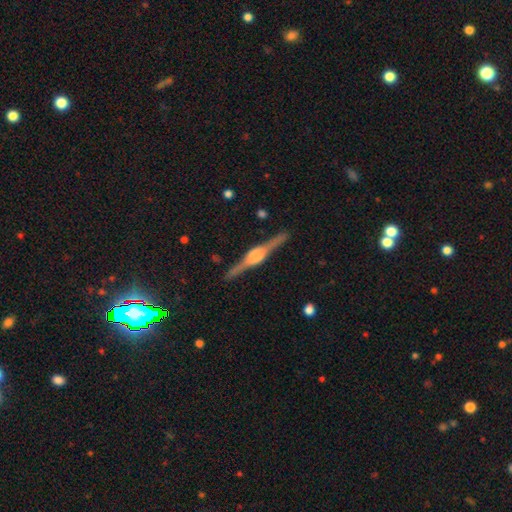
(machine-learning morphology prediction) Smooth or featured?
  - featured or disk: 88% *
  - smooth: 7%
  - star or artifact: 5%
Edge-on disk?
  - yes: 98% *
  - no: 2%
Edge-on bulge?
  - rounded: 82% *
  - boxy: 16%
  - none: 2%
Merging?
  - none: 90% *
  - minor disturbance: 7%
  - major disturbance: 2%
  - merger: 1%